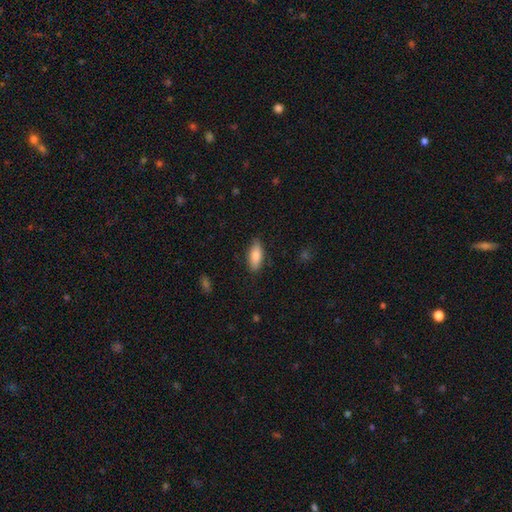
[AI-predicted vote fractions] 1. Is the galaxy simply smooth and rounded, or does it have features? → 83% smooth, 11% featured or disk, 6% star or artifact.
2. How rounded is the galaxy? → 74% in between, 24% cigar-shaped, 2% round.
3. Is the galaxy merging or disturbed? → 84% none, 12% minor disturbance, 3% major disturbance, 1% merger.